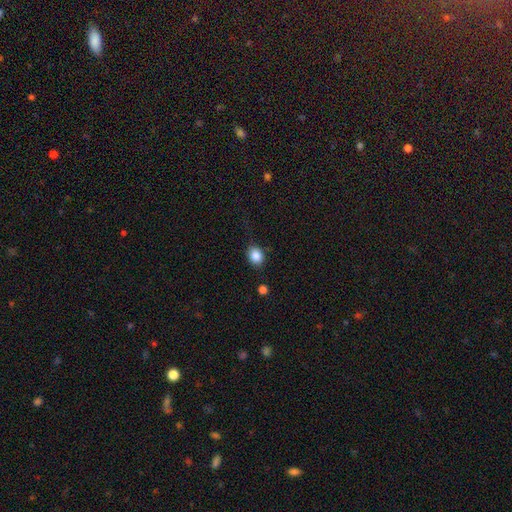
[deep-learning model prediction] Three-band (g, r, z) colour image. It shows a smooth galaxy with no disk features (86%) that is round (50%). Merging: none (77%).